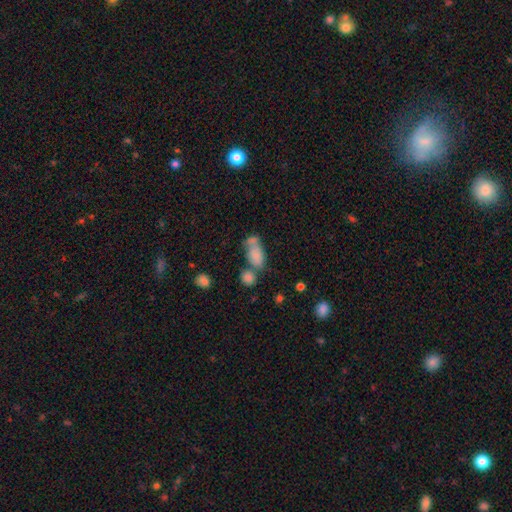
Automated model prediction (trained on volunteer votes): A smooth galaxy with no disk features (77%) that is in between round and cigar-shaped (86%).

Vote fractions:
- Smooth or featured? smooth: 77% / featured or disk: 14% / star or artifact: 9%
- How rounded? in between: 86% / round: 10% / cigar-shaped: 4%
- Merging? merger: 44% / none: 30% / minor disturbance: 16% / major disturbance: 10%